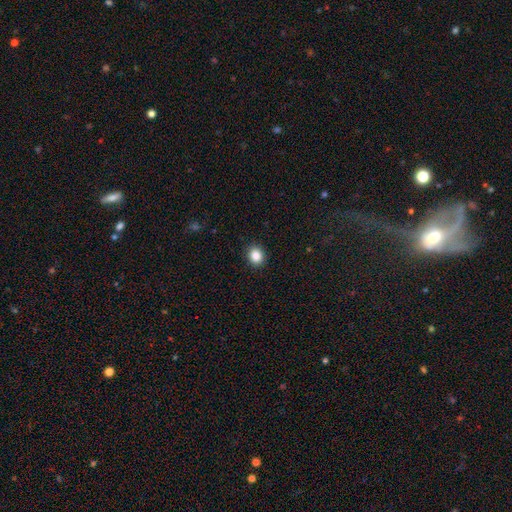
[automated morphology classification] Smooth or featured? Predicted: smooth (p=0.86). How rounded? Predicted: round (p=0.66). Merging? Predicted: none (p=0.91).